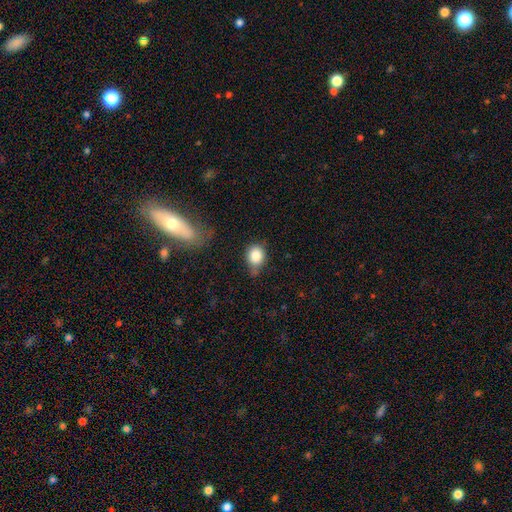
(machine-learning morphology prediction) Smooth or featured? Predicted: smooth (p=0.84). How rounded? Predicted: round (p=0.63). Merging? Predicted: none (p=0.59).